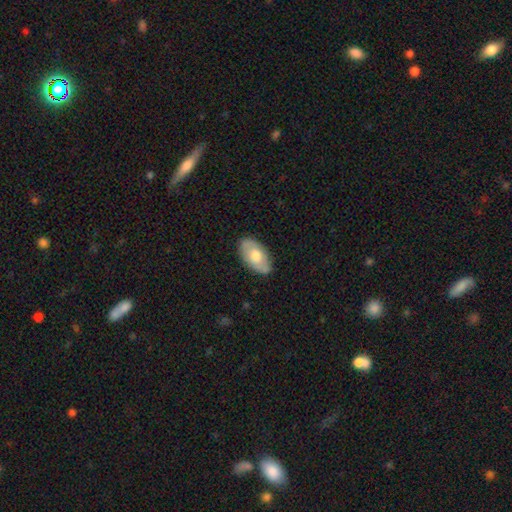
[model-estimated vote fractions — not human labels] smooth 59%, featured or disk 36%, star or artifact 5%. Down the decision tree: how rounded — in between (94%); merging — none (82%).